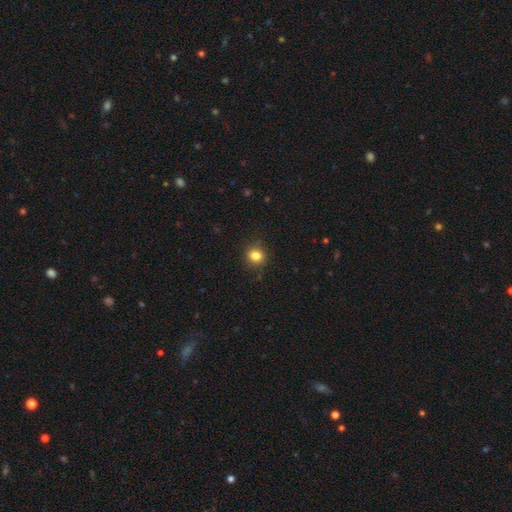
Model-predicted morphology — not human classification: A smooth galaxy with no disk features (83%) that is round (82%). Merging: none (87%).